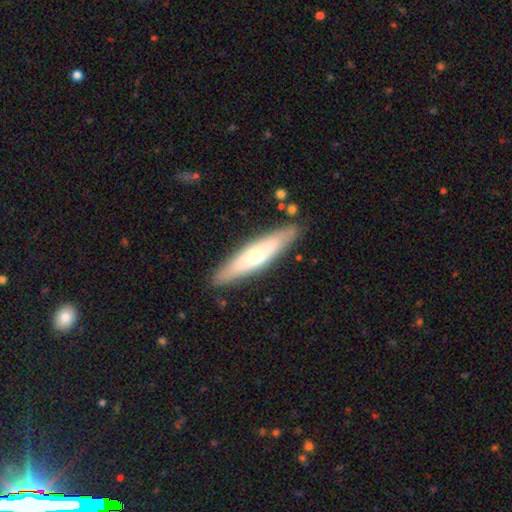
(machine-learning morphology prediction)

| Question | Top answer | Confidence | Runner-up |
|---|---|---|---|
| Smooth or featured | featured or disk | 49% | smooth (45%) |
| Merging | none | 86% | minor disturbance (10%) |